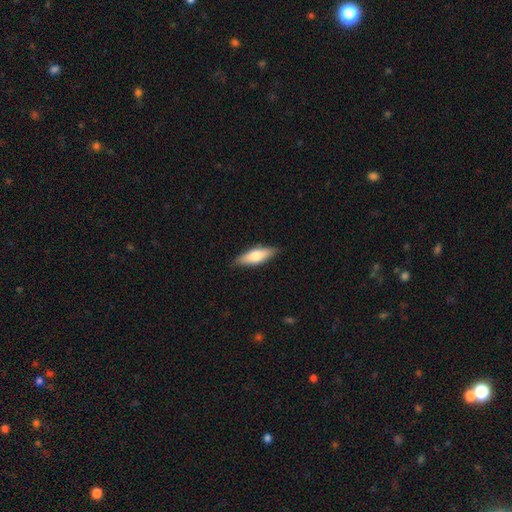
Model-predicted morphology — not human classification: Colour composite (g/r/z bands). It shows a smooth galaxy with no disk features (66%) that is in between round and cigar-shaped (54%). Merging: none (86%).